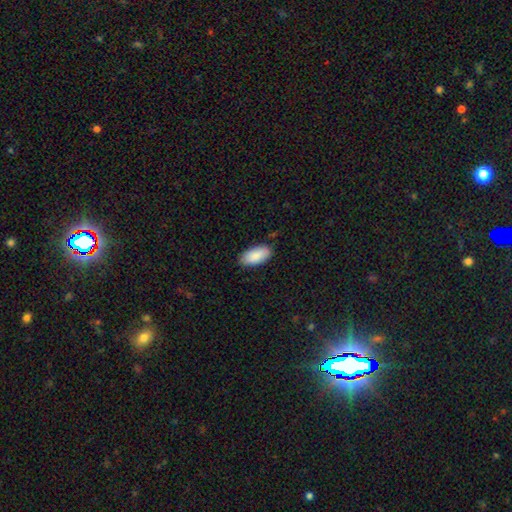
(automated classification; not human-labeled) This appears to be a smooth galaxy with no disk features (89%) that is in between round and cigar-shaped (93%). Merging: none (86%).